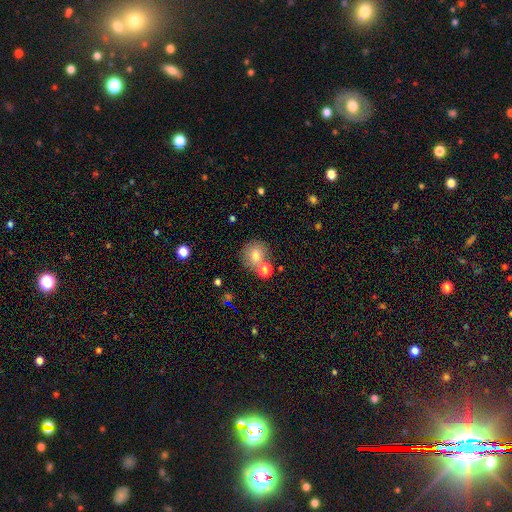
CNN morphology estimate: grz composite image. It shows a smooth galaxy with no disk features (78%) that is round (87%). Merging: none (67%).